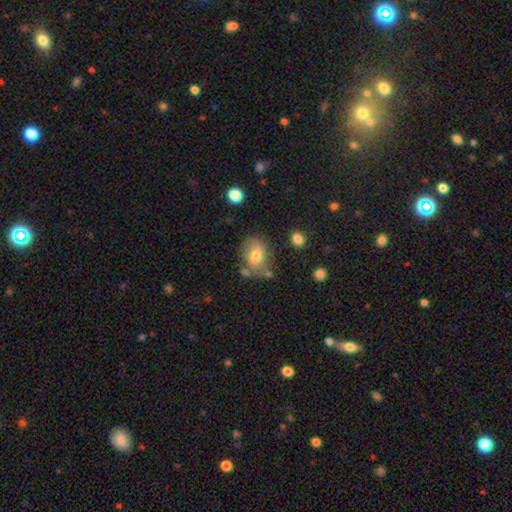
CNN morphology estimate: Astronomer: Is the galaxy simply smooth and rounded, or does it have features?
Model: smooth — 67%.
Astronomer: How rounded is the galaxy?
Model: in between — 68%.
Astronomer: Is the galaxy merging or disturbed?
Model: none — 60%.